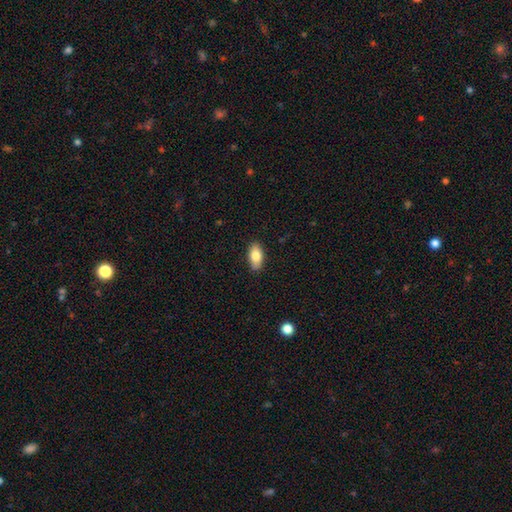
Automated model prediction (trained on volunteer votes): A smooth galaxy with no disk features (81%) that is in between round and cigar-shaped (91%).

Vote fractions:
- Smooth or featured? smooth: 81% / featured or disk: 12% / star or artifact: 7%
- How rounded? in between: 91% / cigar-shaped: 6% / round: 3%
- Merging? none: 88% / minor disturbance: 9% / major disturbance: 2% / merger: 1%